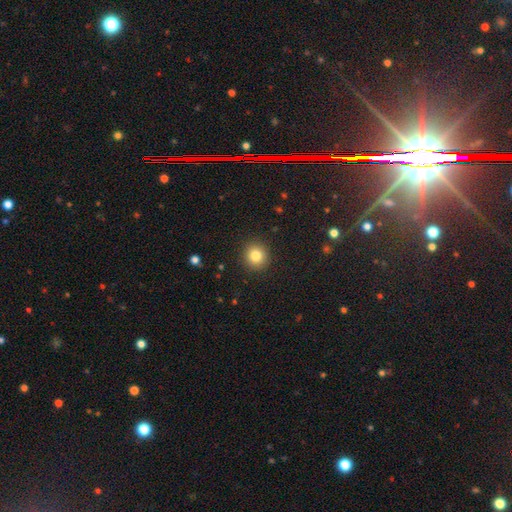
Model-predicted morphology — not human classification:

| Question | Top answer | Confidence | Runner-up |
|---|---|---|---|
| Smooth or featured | smooth | 83% | star or artifact (11%) |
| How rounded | round | 92% | in between (7%) |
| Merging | none | 91% | minor disturbance (6%) |